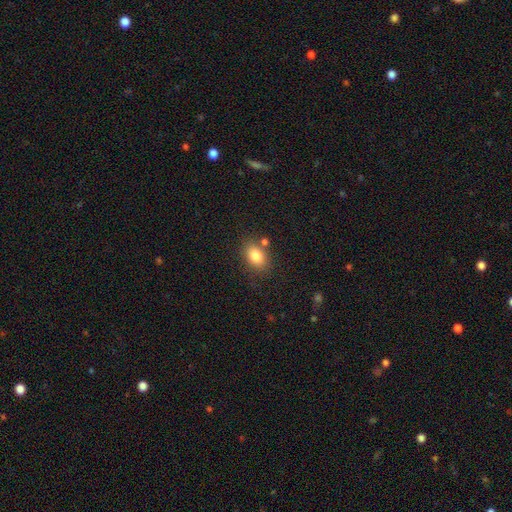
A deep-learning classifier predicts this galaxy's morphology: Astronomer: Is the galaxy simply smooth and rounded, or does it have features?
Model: smooth — 82%.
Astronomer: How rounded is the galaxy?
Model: in between — 77%.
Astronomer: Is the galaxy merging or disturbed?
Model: none — 73%.